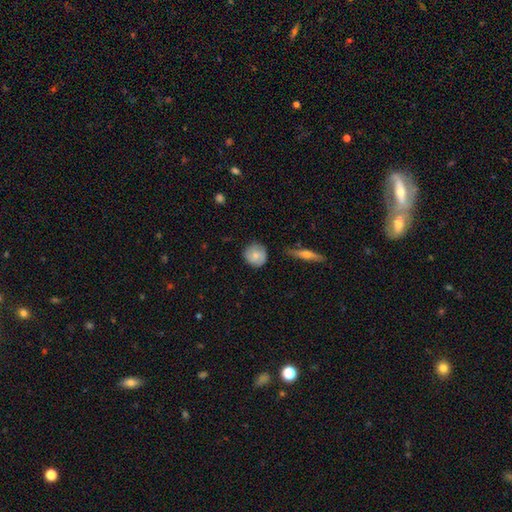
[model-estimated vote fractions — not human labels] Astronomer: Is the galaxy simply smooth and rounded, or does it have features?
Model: smooth — 69%.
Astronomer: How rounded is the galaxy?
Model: round — 88%.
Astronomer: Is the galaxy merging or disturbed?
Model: none — 78%.